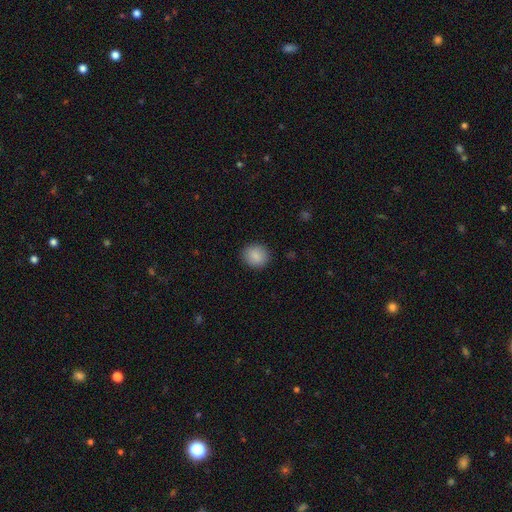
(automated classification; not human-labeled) A smooth galaxy with no disk features (88%) that is round (81%).

Vote fractions:
- Smooth or featured? smooth: 88% / star or artifact: 8% / featured or disk: 4%
- How rounded? round: 81% / in between: 18% / cigar-shaped: 1%
- Merging? none: 90% / minor disturbance: 7% / major disturbance: 2% / merger: 1%